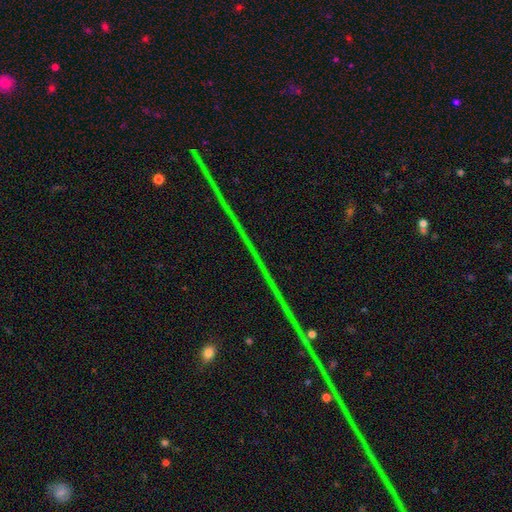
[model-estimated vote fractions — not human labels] Overall: star or artifact (80%).